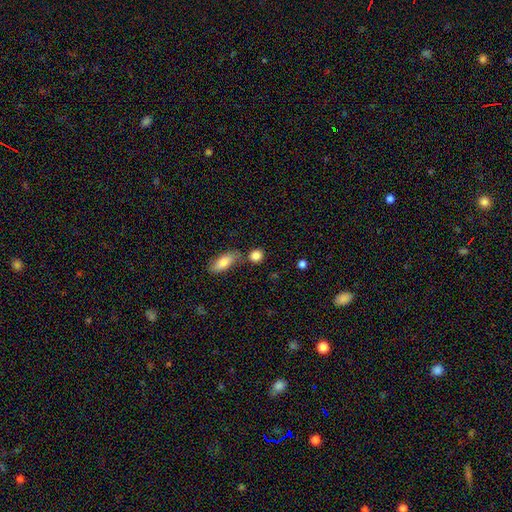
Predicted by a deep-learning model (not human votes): Q: Smooth or featured?
A: smooth (86%); runner-up: star or artifact (8%)
Q: How rounded?
A: round (75%); runner-up: in between (21%)
Q: Merging?
A: none (69%); runner-up: merger (16%)